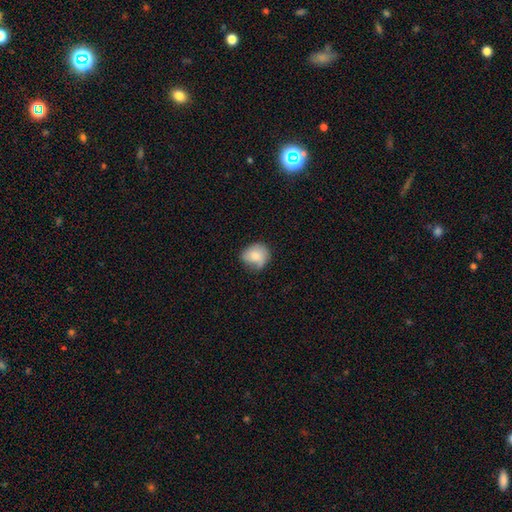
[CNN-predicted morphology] The model was most divided on "merging": none: 56%, minor disturbance: 32%, major disturbance: 10%, merger: 2%. More confident: smooth or featured — smooth (74%); how rounded — round (68%).